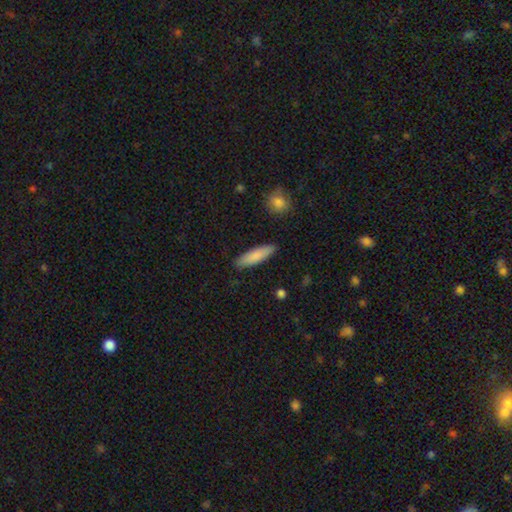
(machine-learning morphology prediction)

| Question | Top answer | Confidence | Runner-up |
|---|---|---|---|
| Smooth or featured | smooth | 84% | featured or disk (10%) |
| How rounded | cigar-shaped | 63% | in between (35%) |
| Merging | none | 88% | minor disturbance (9%) |